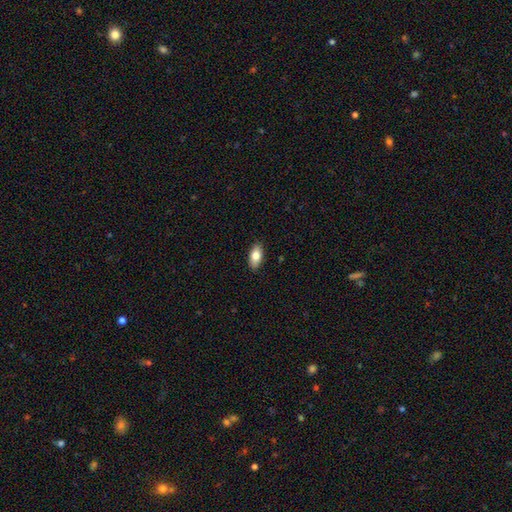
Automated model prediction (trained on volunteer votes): Smooth or featured? smooth (78%)
How rounded? in between (90%)
Merging? none (89%)